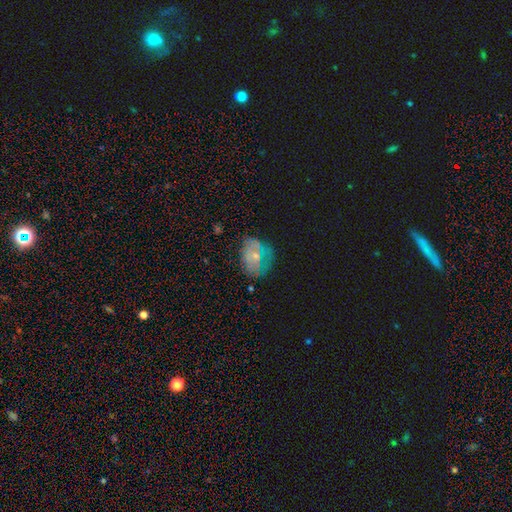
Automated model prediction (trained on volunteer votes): Overall: smooth (46%; featured or disk 40%). Merging: none (54%; minor disturbance 26%).